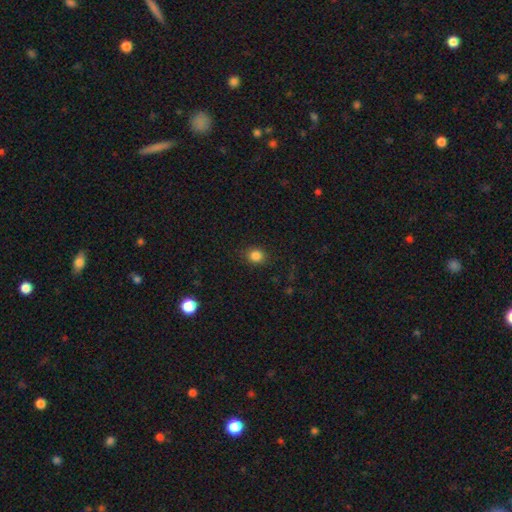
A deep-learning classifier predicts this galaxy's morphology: Q: Smooth or featured?
A: smooth (85%); runner-up: star or artifact (12%)
Q: How rounded?
A: round (73%); runner-up: in between (26%)
Q: Merging?
A: none (87%); runner-up: minor disturbance (9%)